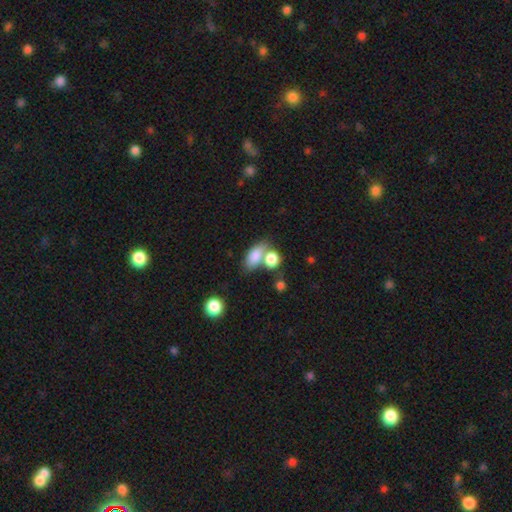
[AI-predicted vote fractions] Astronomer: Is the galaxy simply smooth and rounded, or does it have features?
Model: smooth — 81%.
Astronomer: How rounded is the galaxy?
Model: in between — 81%.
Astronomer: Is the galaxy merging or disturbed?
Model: merger — 47% (runner-up: none, 36%).